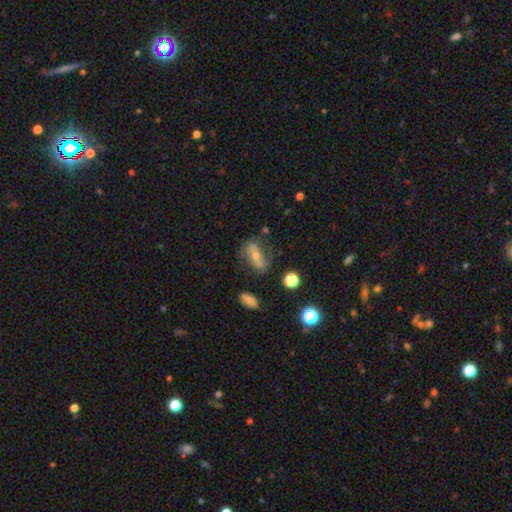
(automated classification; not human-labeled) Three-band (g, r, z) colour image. It shows a featured or disk galaxy (47%). Merging: none (62%).